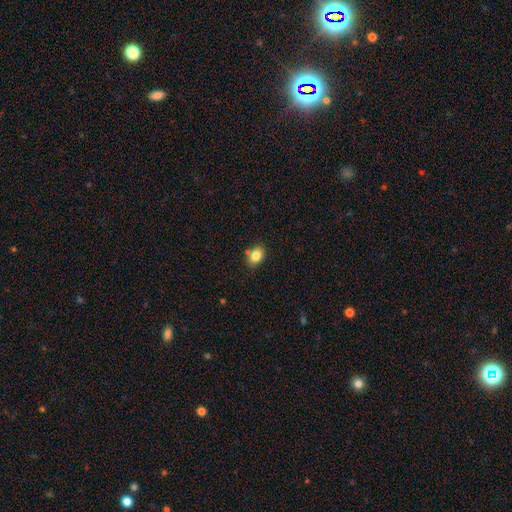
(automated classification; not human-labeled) smooth-or-featured: smooth: 83% | star or artifact: 9% | featured or disk: 7%
  how-rounded: in between: 73% | round: 26% | cigar-shaped: 1%
  merging: none: 75% | minor disturbance: 13% | merger: 8% | major disturbance: 3%